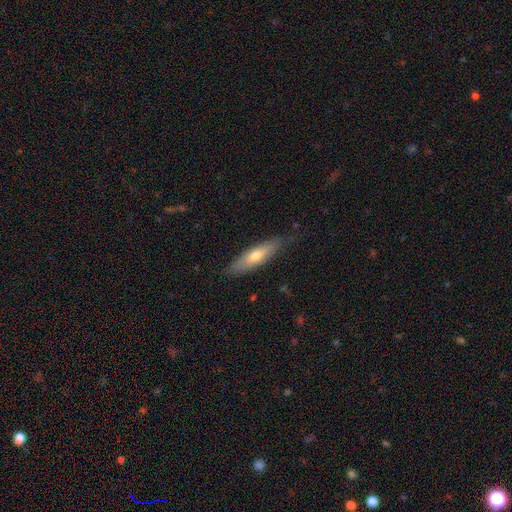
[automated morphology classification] Smooth or featured? smooth (60%)
How rounded? cigar-shaped (65%)
Merging? none (81%)